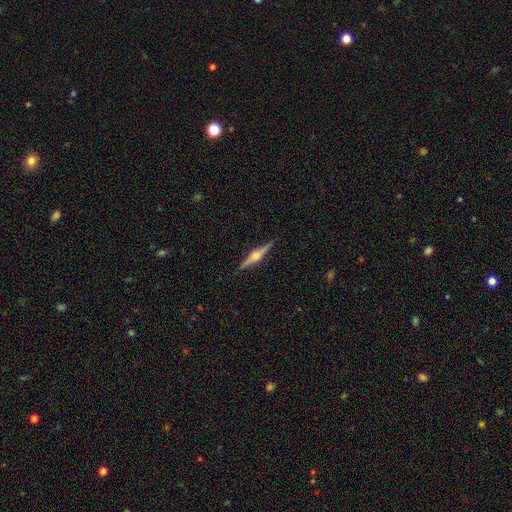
Overall: featured or disk (86%). Edge-on disk: yes (100%). Edge-on bulge: rounded (94%). Merging: none (91%).